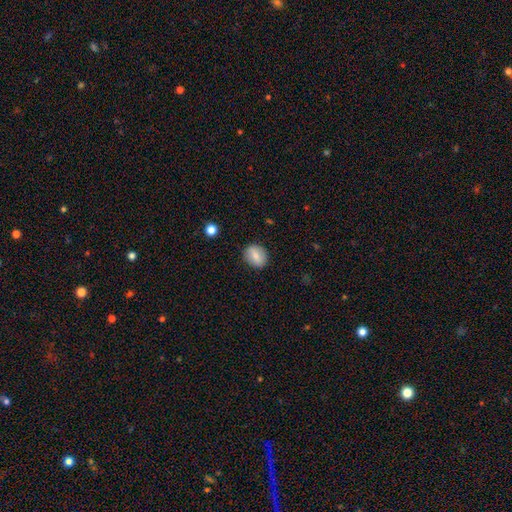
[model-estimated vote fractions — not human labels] Smooth or featured?
  - smooth: 78% *
  - featured or disk: 15%
  - star or artifact: 8%
How rounded?
  - round: 57% *
  - in between: 41%
  - cigar-shaped: 1%
Merging?
  - none: 86% *
  - minor disturbance: 10%
  - major disturbance: 3%
  - merger: 1%